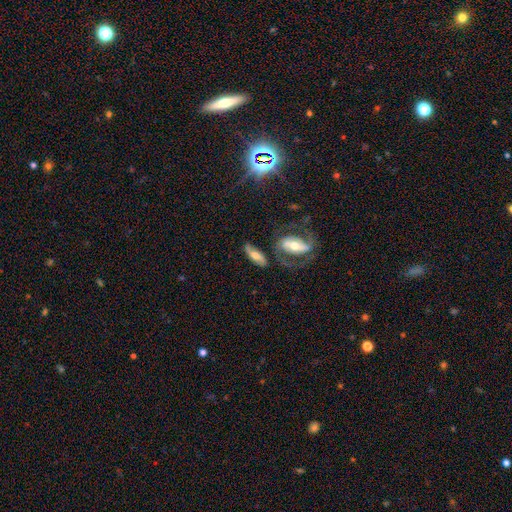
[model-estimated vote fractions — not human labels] Q: Smooth or featured?
A: featured or disk (55%); runner-up: smooth (38%)
Q: Edge-on disk?
A: no (71%); runner-up: yes (29%)
Q: Merging?
A: none (56%); runner-up: minor disturbance (18%)